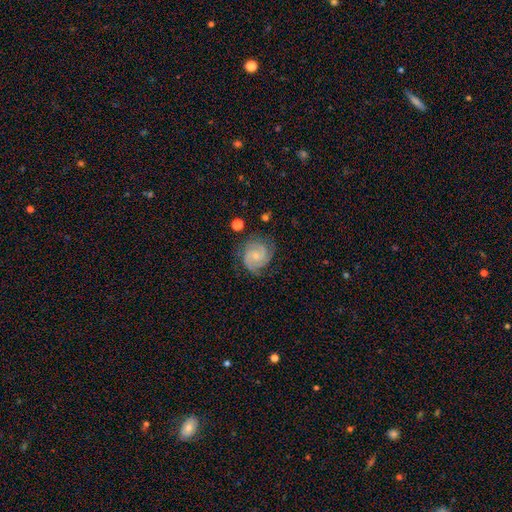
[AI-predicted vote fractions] smooth_or_featured: featured or disk (p=0.83) [alt: smooth p=0.11]
disk_edge_on: no (p=0.98) [alt: yes p=0.02]
bar: no (p=0.62) [alt: weak p=0.33]
has_spiral_arms: yes (p=0.97) [alt: no p=0.03]
spiral_winding: tight (p=0.56) [alt: medium p=0.37]
spiral_arm_count: 2 (p=0.47) [alt: 3 p=0.29]
bulge_size: small (p=0.67) [alt: moderate p=0.22]
merging: none (p=0.74) [alt: minor disturbance p=0.18]